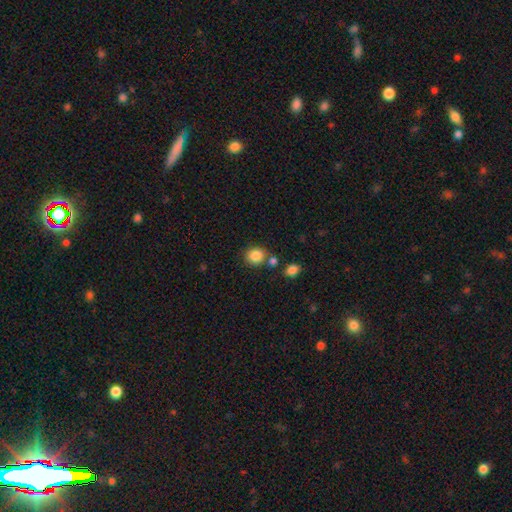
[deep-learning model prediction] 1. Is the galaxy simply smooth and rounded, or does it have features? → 86% smooth, 9% star or artifact, 5% featured or disk.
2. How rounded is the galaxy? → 75% round, 24% in between, 1% cigar-shaped.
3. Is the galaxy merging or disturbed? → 72% none, 12% merger, 11% minor disturbance, 4% major disturbance.